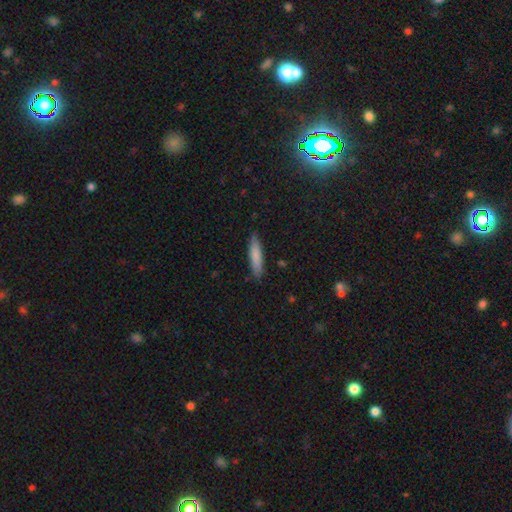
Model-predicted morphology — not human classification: A smooth galaxy with no disk features (80%) that is cigar-shaped (83%). Merging: none (87%).